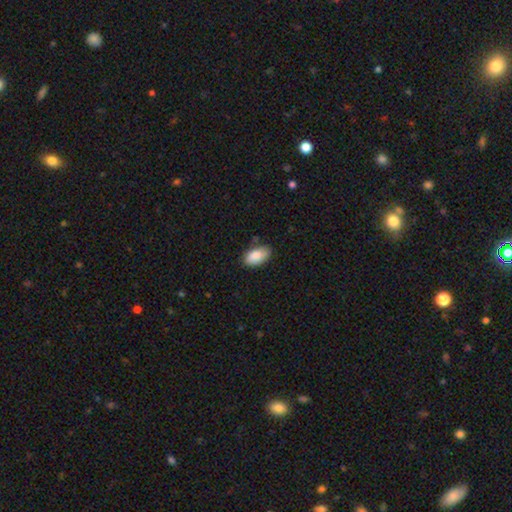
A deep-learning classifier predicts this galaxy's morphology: smooth_or_featured: smooth (p=0.87) [alt: featured or disk p=0.07]
how_rounded: in between (p=0.94) [alt: round p=0.04]
merging: none (p=0.75) [alt: minor disturbance p=0.20]